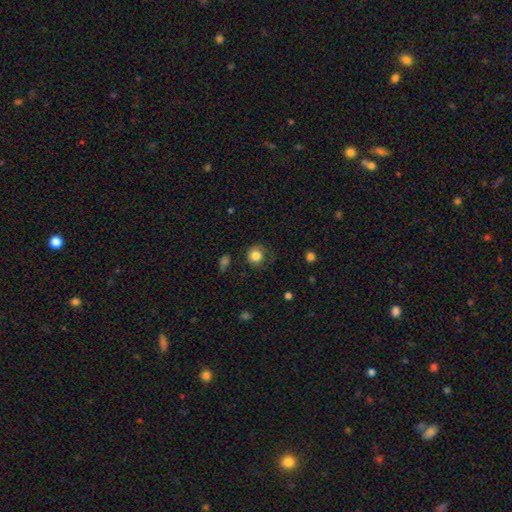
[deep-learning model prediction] This appears to be a smooth galaxy with no disk features (82%) that is round (88%). Merging: none (69%).